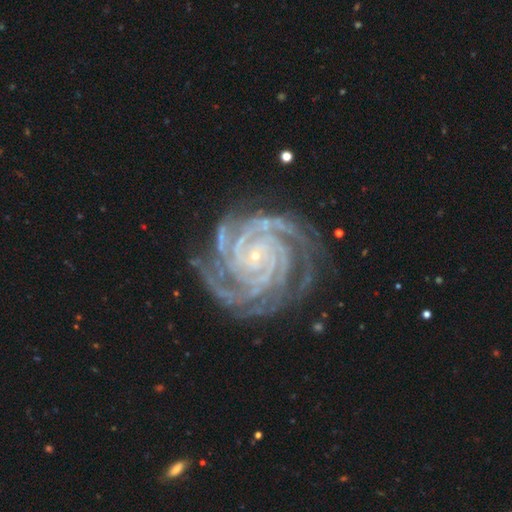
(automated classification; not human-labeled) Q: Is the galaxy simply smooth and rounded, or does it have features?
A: featured or disk — 93%.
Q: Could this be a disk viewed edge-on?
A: no — 98%.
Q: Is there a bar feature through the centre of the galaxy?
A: no — 72%.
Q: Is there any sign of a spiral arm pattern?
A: yes — 99%.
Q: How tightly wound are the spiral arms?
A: tight — 84%.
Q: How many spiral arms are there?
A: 4 — 30%.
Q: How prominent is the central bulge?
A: small — 90%.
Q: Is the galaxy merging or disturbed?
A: none — 76%.